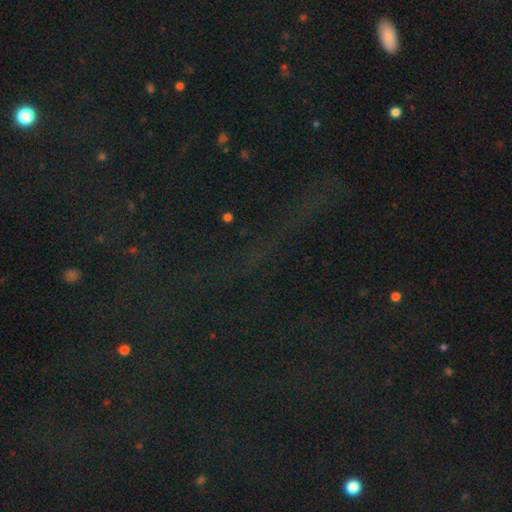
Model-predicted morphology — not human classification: smooth_or_featured: star or artifact (p=0.79) [alt: smooth p=0.12]